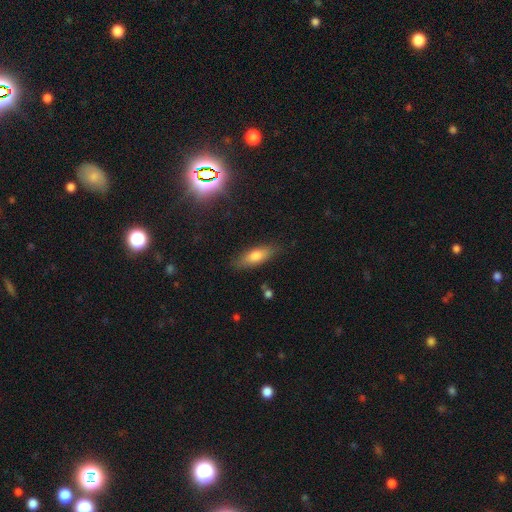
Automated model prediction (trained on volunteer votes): Smooth or featured? smooth (73%)
How rounded? in between (63%)
Merging? none (82%)